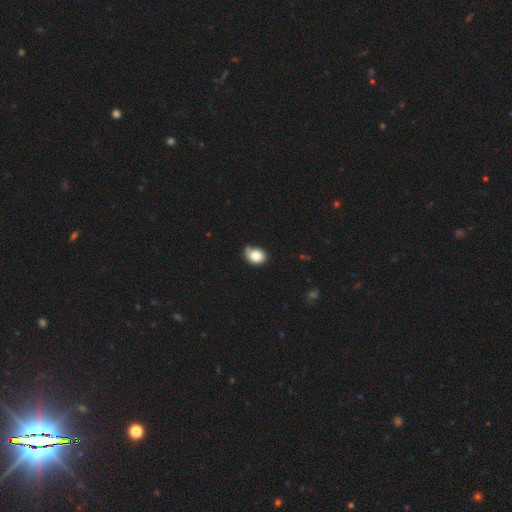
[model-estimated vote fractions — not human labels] smooth-or-featured: smooth: 79% | featured or disk: 13% | star or artifact: 8%
  how-rounded: in between: 60% | round: 40% | cigar-shaped: 1%
  merging: none: 59% | minor disturbance: 31% | major disturbance: 7% | merger: 3%